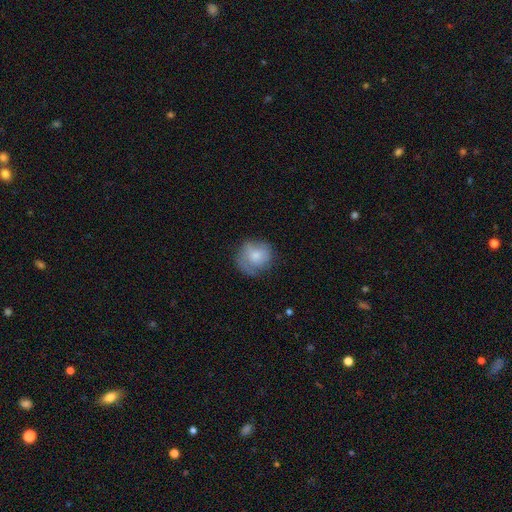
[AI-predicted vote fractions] Smooth or featured: smooth — 66% (featured or disk — 27%)
How rounded: round — 83% (in between — 16%)
Merging: none — 60% (minor disturbance — 26%)